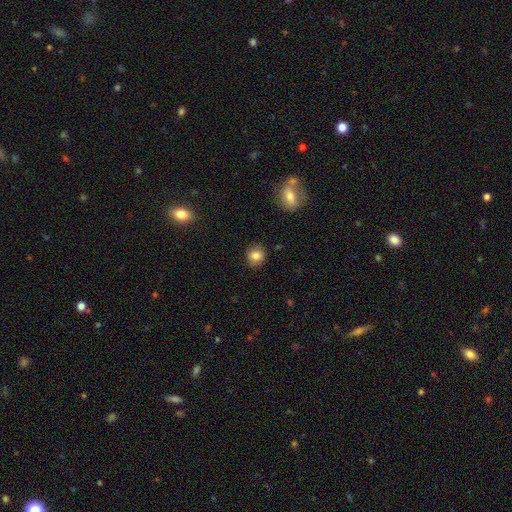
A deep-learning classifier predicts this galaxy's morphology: A smooth galaxy with no disk features (83%) that is round (84%).

Vote fractions:
- Smooth or featured? smooth: 83% / star or artifact: 10% / featured or disk: 7%
- How rounded? round: 84% / in between: 15% / cigar-shaped: 1%
- Merging? none: 86% / minor disturbance: 10% / major disturbance: 2% / merger: 2%